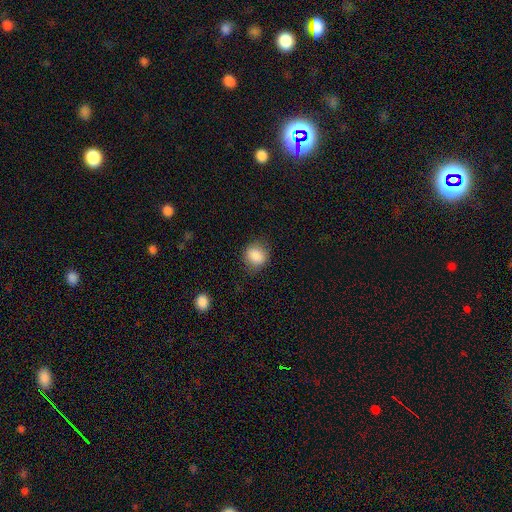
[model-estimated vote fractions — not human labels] Smooth or featured? smooth (87%)
How rounded? round (76%)
Merging? none (80%)